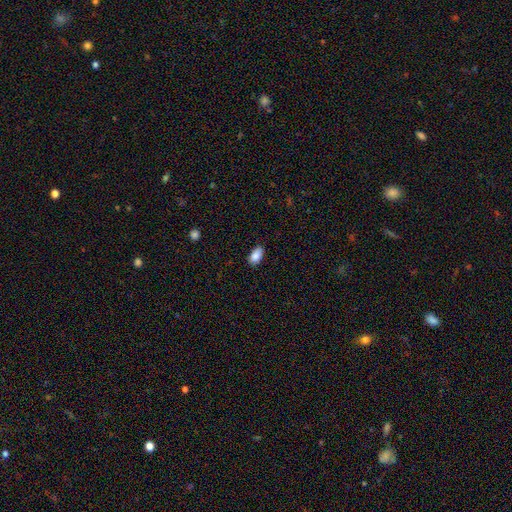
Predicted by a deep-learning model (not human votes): Smooth or featured? Predicted: smooth (p=0.88). How rounded? Predicted: in between (p=0.93). Merging? Predicted: none (p=0.84).